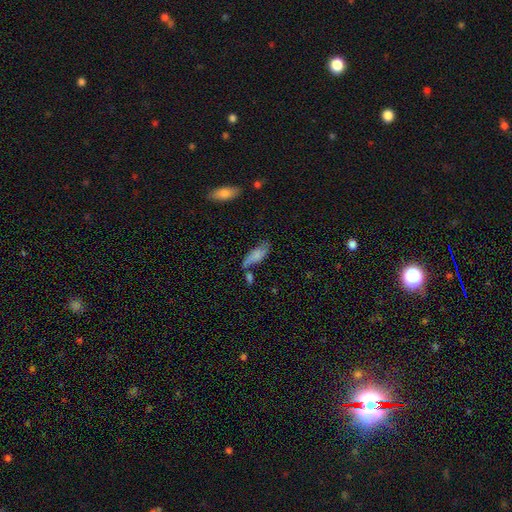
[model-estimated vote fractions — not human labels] Smooth or featured? Predicted: smooth (p=0.68). How rounded? Predicted: in between (p=0.70). Merging? Predicted: none (p=0.46).